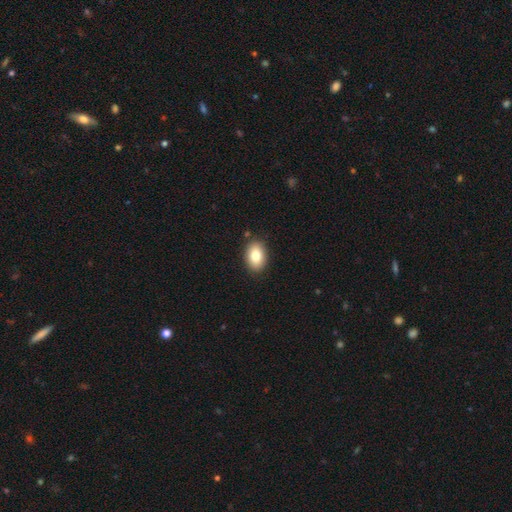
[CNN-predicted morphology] A smooth galaxy with no disk features (81%) that is in between round and cigar-shaped (84%). Merging: none (87%).